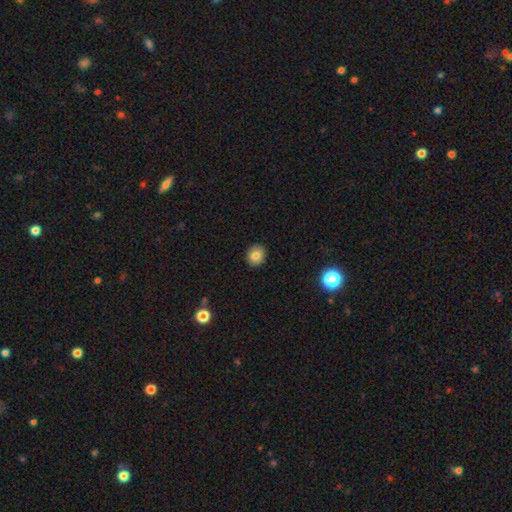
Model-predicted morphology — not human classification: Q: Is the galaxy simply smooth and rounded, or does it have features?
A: smooth — 81%.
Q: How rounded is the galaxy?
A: round — 74%.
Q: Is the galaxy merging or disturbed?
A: none — 91%.